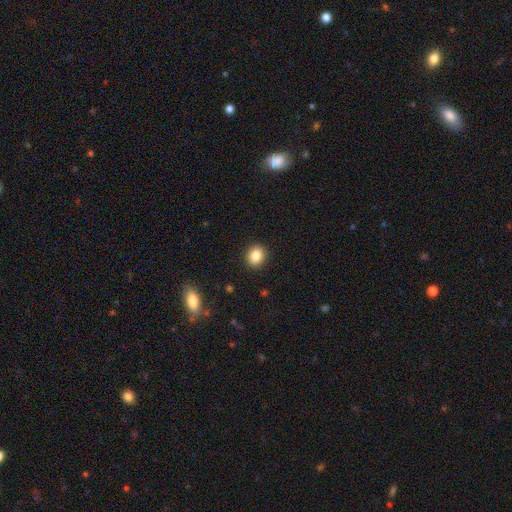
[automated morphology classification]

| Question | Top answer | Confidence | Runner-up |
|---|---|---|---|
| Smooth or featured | smooth | 85% | star or artifact (10%) |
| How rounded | round | 70% | in between (29%) |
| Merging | none | 91% | minor disturbance (6%) |